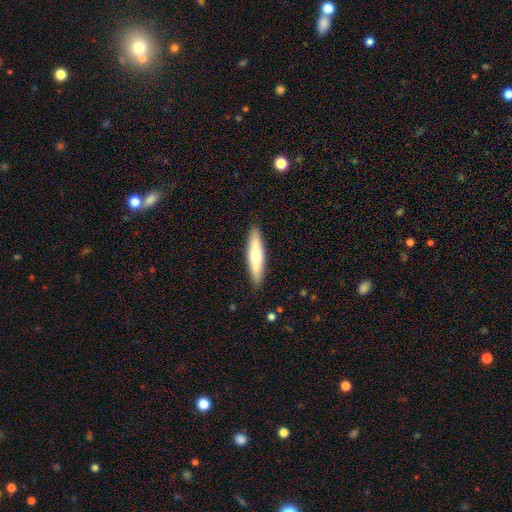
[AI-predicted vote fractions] Smooth or featured: smooth — 61% (featured or disk — 34%)
How rounded: cigar-shaped — 80% (in between — 18%)
Merging: none — 89% (minor disturbance — 8%)